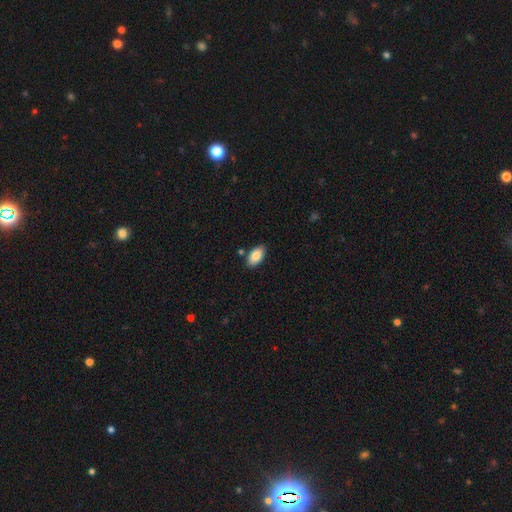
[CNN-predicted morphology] Q: Smooth or featured?
A: smooth (87%); runner-up: star or artifact (7%)
Q: How rounded?
A: in between (94%); runner-up: cigar-shaped (3%)
Q: Merging?
A: none (83%); runner-up: minor disturbance (11%)